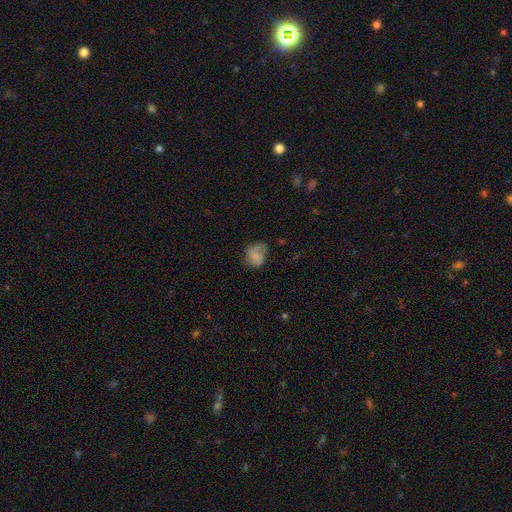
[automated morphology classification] A smooth galaxy with no disk features (65%) that is round (51%).

Vote fractions:
- Smooth or featured? smooth: 65% / featured or disk: 25% / star or artifact: 10%
- How rounded? round: 51% / in between: 48% / cigar-shaped: 1%
- Merging? none: 43% / minor disturbance: 35% / major disturbance: 20% / merger: 3%